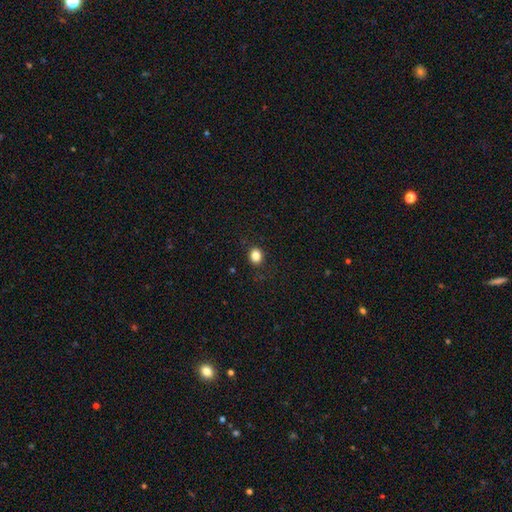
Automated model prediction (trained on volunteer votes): A smooth galaxy with no disk features (84%) that is round (66%). Merging: none (87%).